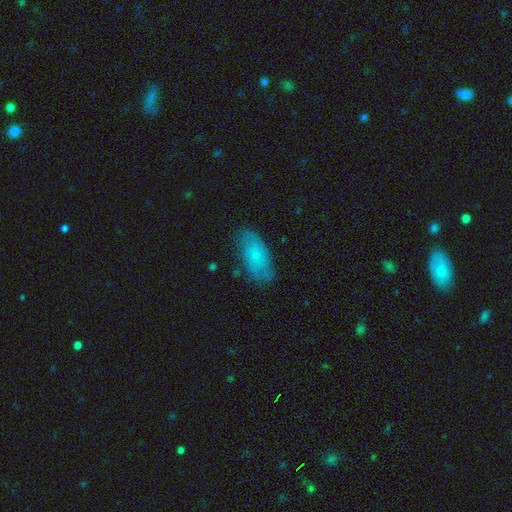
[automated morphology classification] A smooth galaxy with no disk features (65%) that is in between round and cigar-shaped (89%).

Vote fractions:
- Smooth or featured? smooth: 65% / featured or disk: 28% / star or artifact: 7%
- How rounded? in between: 89% / cigar-shaped: 8% / round: 3%
- Merging? none: 75% / minor disturbance: 18% / major disturbance: 5% / merger: 1%